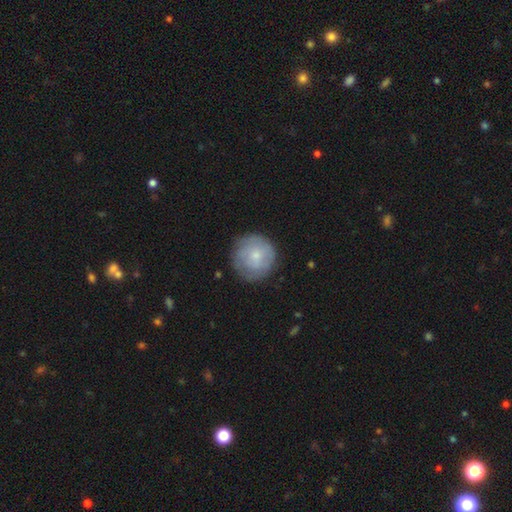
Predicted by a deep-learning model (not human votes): Q: Smooth or featured?
A: smooth (62%); runner-up: featured or disk (31%)
Q: How rounded?
A: round (93%); runner-up: in between (6%)
Q: Merging?
A: none (78%); runner-up: minor disturbance (15%)